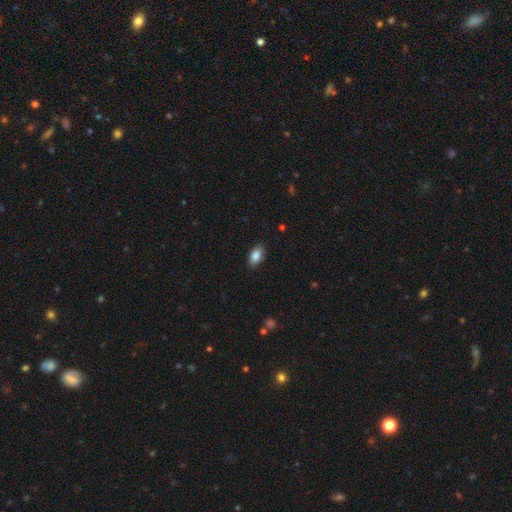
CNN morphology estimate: Smooth or featured: smooth — 87% (star or artifact — 8%)
How rounded: in between — 91% (round — 6%)
Merging: none — 84% (minor disturbance — 12%)